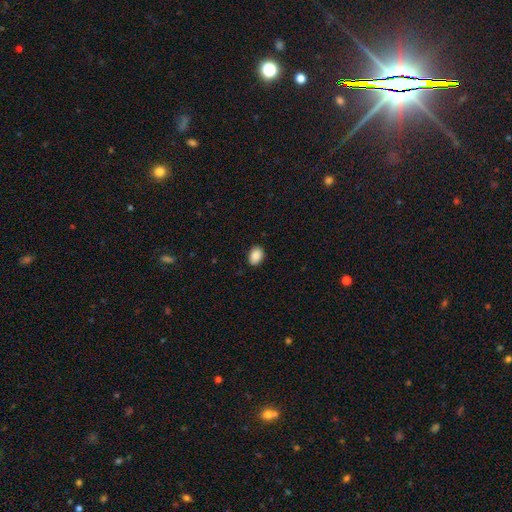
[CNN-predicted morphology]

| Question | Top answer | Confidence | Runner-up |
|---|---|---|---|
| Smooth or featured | smooth | 90% | star or artifact (8%) |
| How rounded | in between | 79% | round (20%) |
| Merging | none | 88% | minor disturbance (9%) |